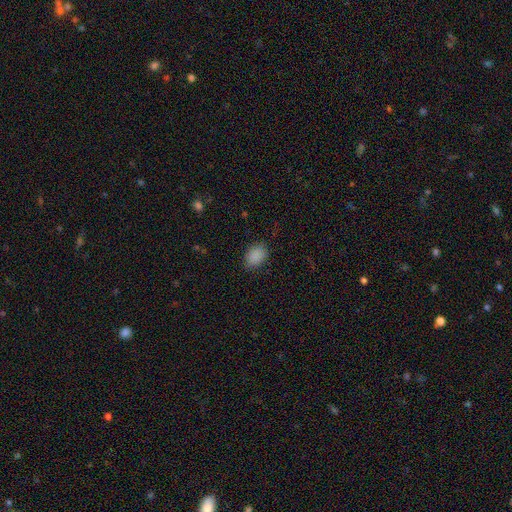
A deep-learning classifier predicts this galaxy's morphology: Smooth or featured? smooth (89%)
How rounded? in between (77%)
Merging? none (84%)